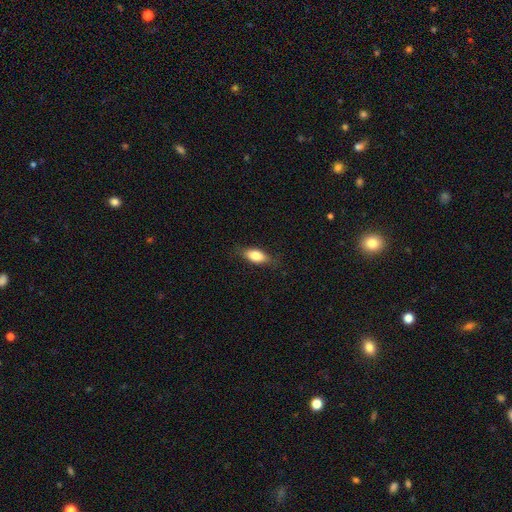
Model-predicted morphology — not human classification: smooth 78%, featured or disk 15%, star or artifact 7%. Down the decision tree: how rounded — in between (81%); merging — none (80%).